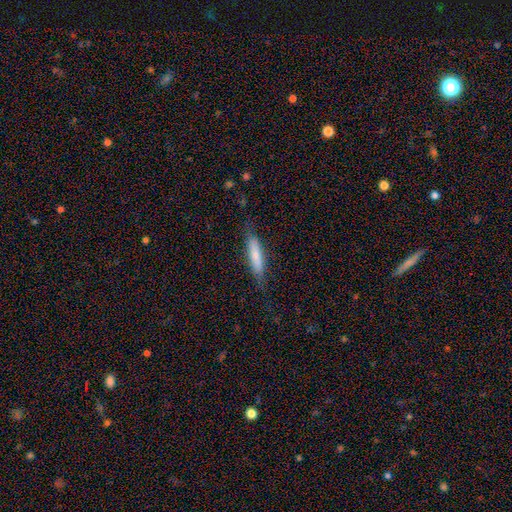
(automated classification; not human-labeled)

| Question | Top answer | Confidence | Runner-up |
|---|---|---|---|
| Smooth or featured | smooth | 73% | featured or disk (21%) |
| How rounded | cigar-shaped | 84% | in between (15%) |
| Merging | none | 79% | minor disturbance (16%) |